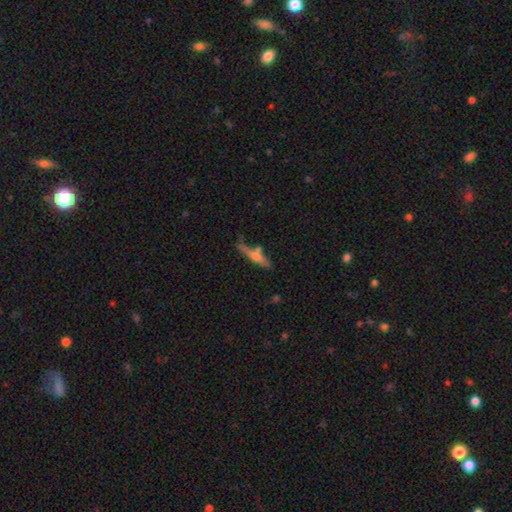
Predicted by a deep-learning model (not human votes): This is possibly a featured or disk galaxy (49%). Merging: likely none (64%).